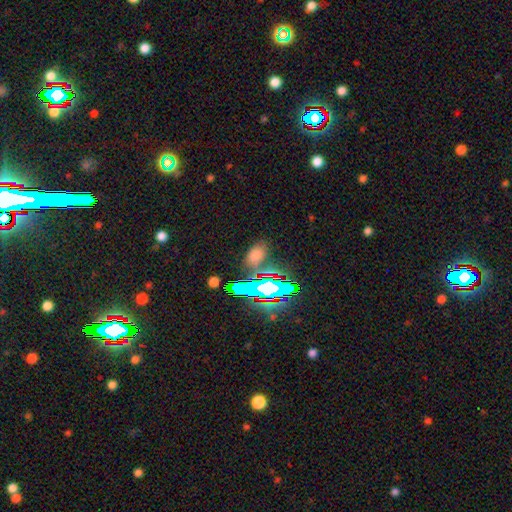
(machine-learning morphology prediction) Smooth or featured?
  - smooth: 56% *
  - star or artifact: 33%
  - featured or disk: 10%
How rounded?
  - in between: 82% *
  - round: 14%
  - cigar-shaped: 4%
Merging?
  - none: 66% *
  - minor disturbance: 18%
  - merger: 8%
  - major disturbance: 8%